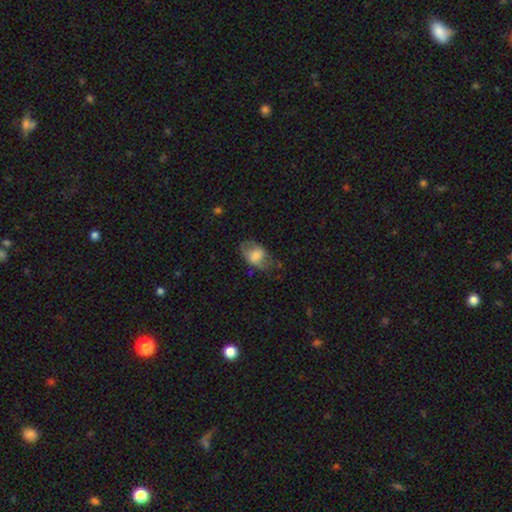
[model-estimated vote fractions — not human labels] Overall: smooth (64%; featured or disk 28%). How rounded: in between (86%). Merging: none (46%; minor disturbance 30%).